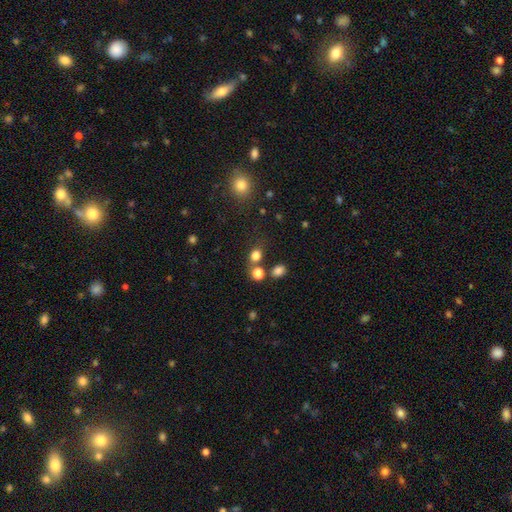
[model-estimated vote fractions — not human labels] smooth 77%, star or artifact 17%, featured or disk 6%. Down the decision tree: how rounded — round (66%); merging — none (64%).